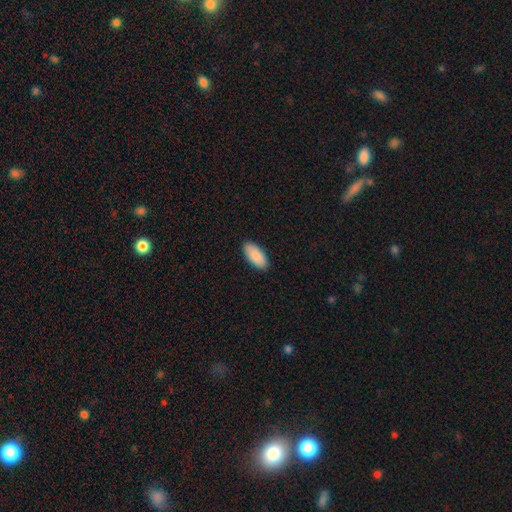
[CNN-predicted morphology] This is clearly a smooth galaxy (90%). How rounded: clearly in between (93%). Merging: clearly none (89%).